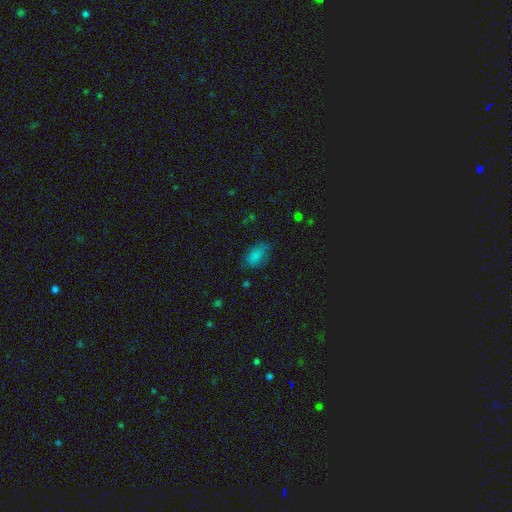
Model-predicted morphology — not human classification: Smooth or featured? smooth (82%)
How rounded? in between (91%)
Merging? none (70%)